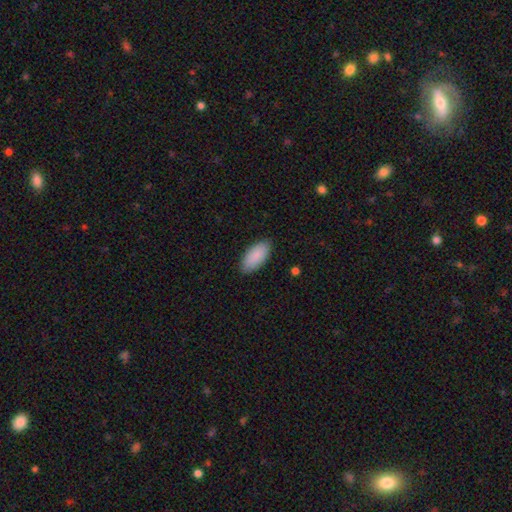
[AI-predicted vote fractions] This appears to be a smooth galaxy with no disk features (90%) that is in between round and cigar-shaped (92%). Merging: none (87%).